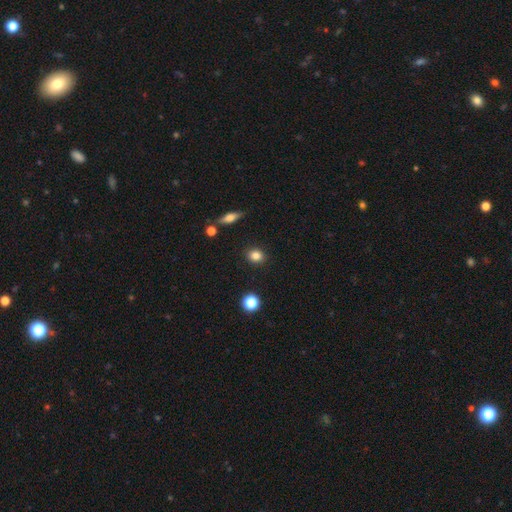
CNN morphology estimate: Smooth or featured: smooth — 84% (star or artifact — 10%)
How rounded: round — 67% (in between — 31%)
Merging: none — 90% (minor disturbance — 7%)